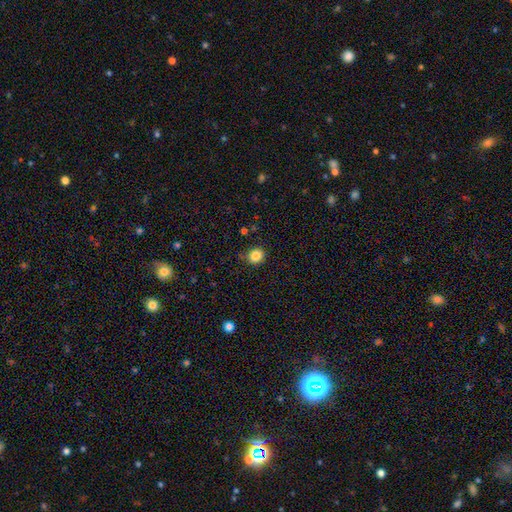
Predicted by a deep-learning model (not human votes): Overall: smooth (85%). How rounded: round (83%). Merging: none (84%).